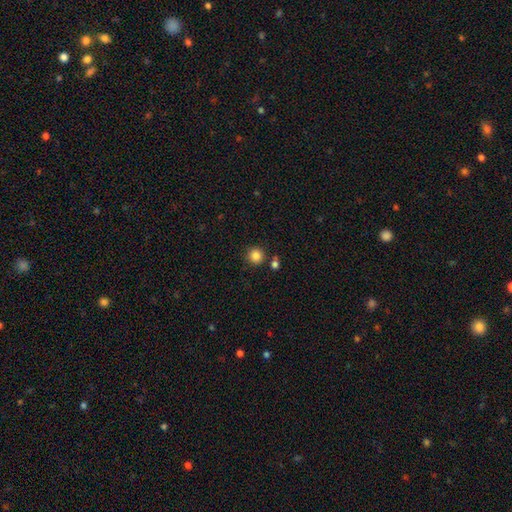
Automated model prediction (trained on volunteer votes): Smooth or featured? Predicted: smooth (p=0.86). How rounded? Predicted: round (p=0.93). Merging? Predicted: none (p=0.83).